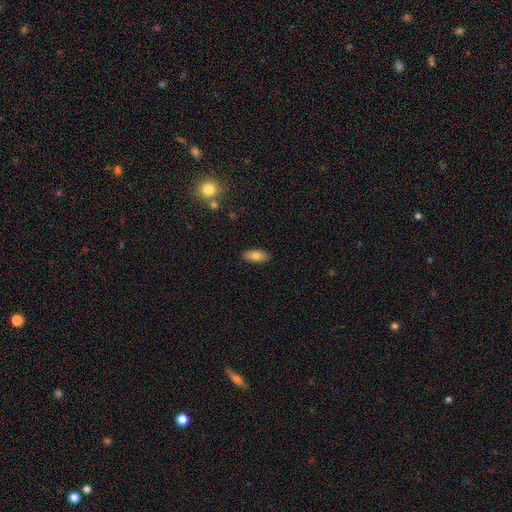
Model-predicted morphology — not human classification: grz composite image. It shows a smooth galaxy with no disk features (80%) that is in between round and cigar-shaped (85%). Merging: none (89%).